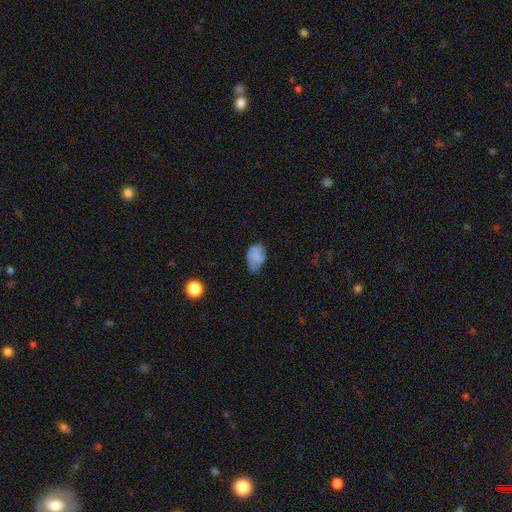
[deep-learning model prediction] Morphology: type=smooth (60%); roundness=in between (86%); merging=none (48%).